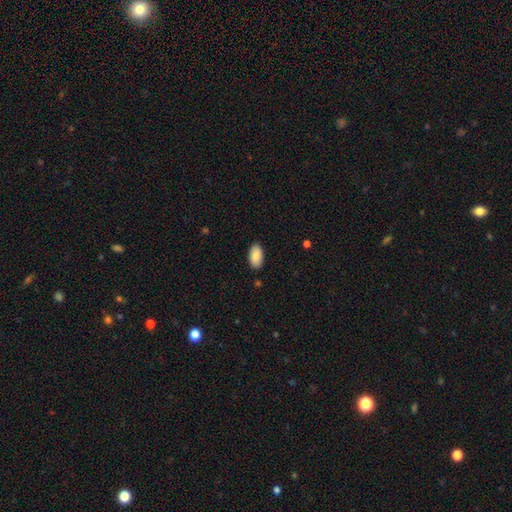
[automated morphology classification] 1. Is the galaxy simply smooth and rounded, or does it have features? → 87% smooth, 7% featured or disk, 6% star or artifact.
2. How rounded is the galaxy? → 95% in between, 2% cigar-shaped, 2% round.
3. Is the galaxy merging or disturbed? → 88% none, 9% minor disturbance, 2% major disturbance, 1% merger.